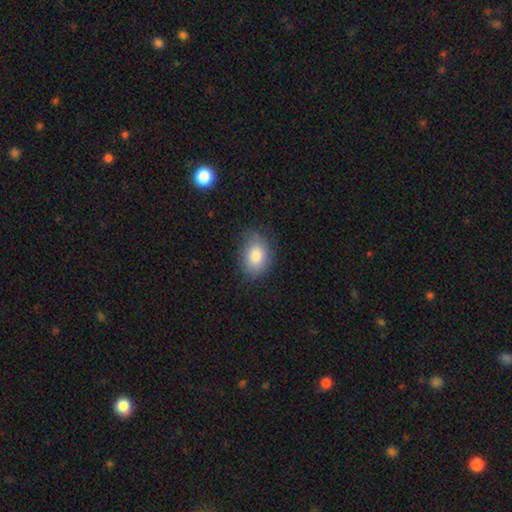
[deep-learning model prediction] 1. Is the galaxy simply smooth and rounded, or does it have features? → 82% smooth, 10% featured or disk, 8% star or artifact.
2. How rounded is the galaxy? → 71% in between, 28% round, 1% cigar-shaped.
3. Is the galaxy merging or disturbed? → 72% none, 22% minor disturbance, 5% major disturbance, 1% merger.